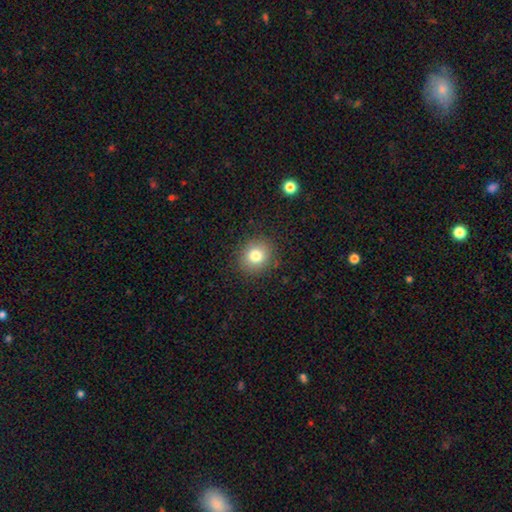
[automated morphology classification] Smooth or featured? Predicted: smooth (p=0.79). How rounded? Predicted: round (p=0.80). Merging? Predicted: none (p=0.88).